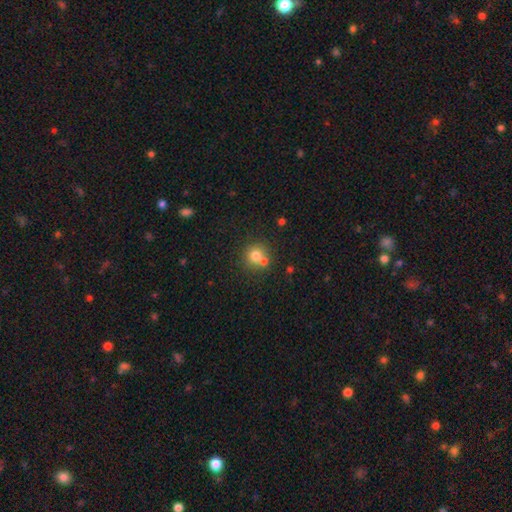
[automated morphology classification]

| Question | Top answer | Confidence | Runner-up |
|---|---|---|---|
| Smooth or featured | smooth | 75% | star or artifact (13%) |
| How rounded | round | 89% | in between (10%) |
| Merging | none | 58% | merger (30%) |